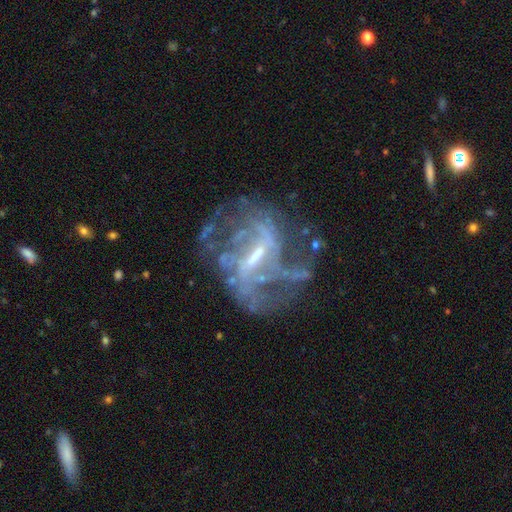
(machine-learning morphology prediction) This appears to be a featured or disk galaxy (86%) with a weak bar (45%), 2 (38%) loose (43%) spiral arms (87%) and a small central bulge (54%). Merging: none (52%).